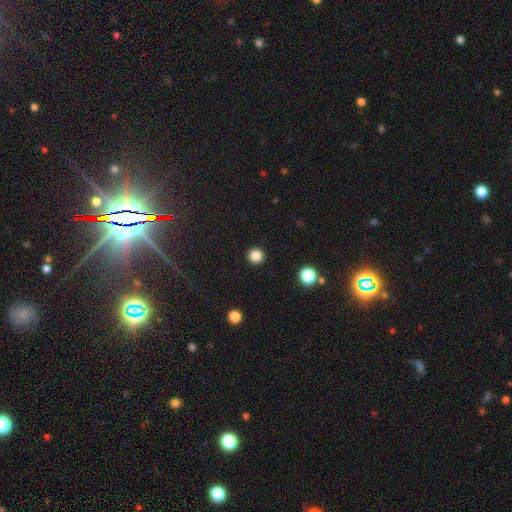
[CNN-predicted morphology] Overall: smooth (85%). How rounded: round (96%). Merging: none (93%).